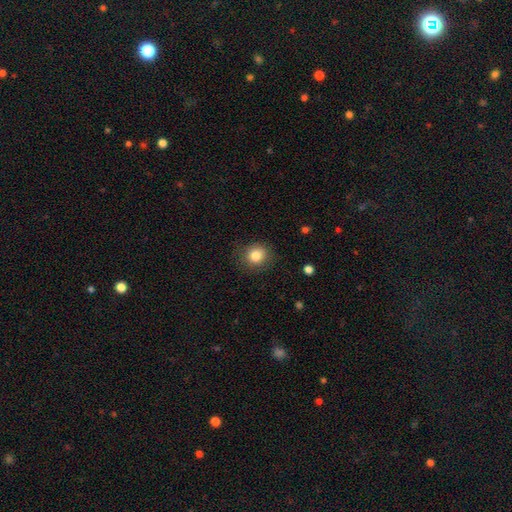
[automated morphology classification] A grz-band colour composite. It shows a smooth galaxy with no disk features (83%) that is round (86%). Merging: none (85%).